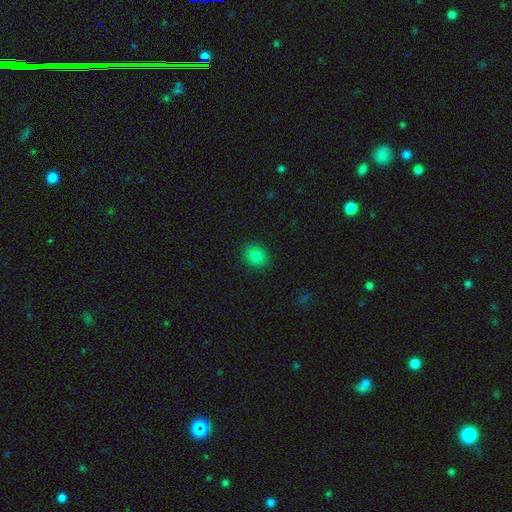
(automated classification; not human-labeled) A smooth galaxy with no disk features (82%) that is round (69%).

Vote fractions:
- Smooth or featured? smooth: 82% / star or artifact: 12% / featured or disk: 6%
- How rounded? round: 69% / in between: 30% / cigar-shaped: 1%
- Merging? none: 83% / minor disturbance: 13% / major disturbance: 3% / merger: 1%